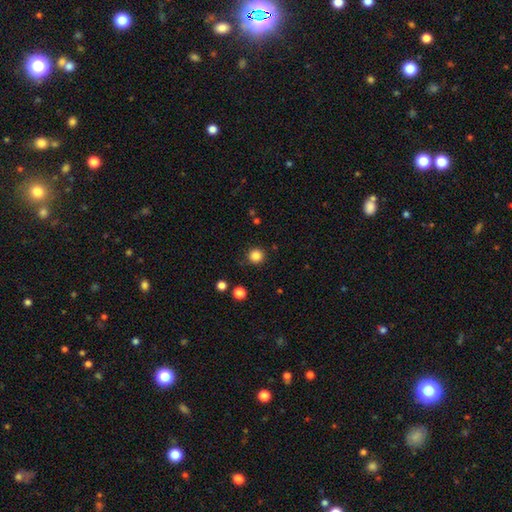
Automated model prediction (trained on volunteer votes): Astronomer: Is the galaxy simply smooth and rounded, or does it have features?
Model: smooth — 85%.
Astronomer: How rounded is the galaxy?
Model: round — 95%.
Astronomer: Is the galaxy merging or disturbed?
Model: none — 89%.